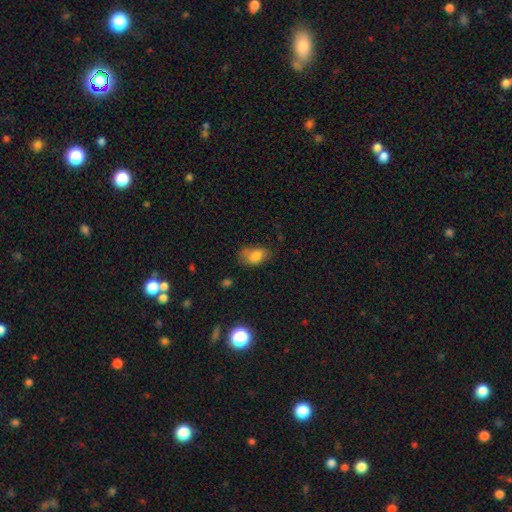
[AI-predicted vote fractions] Smooth or featured: smooth — 79% (featured or disk — 11%)
How rounded: in between — 86% (round — 12%)
Merging: none — 54% (minor disturbance — 30%)